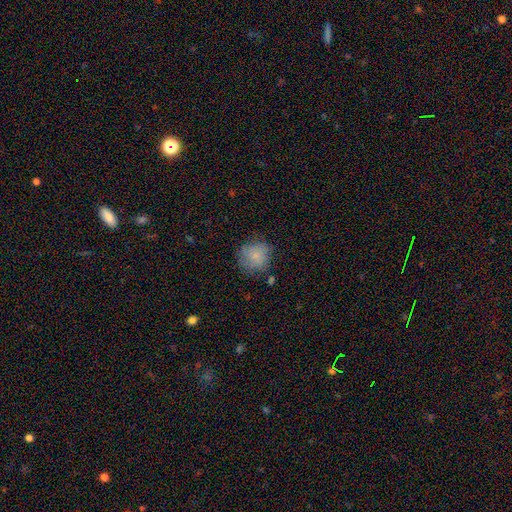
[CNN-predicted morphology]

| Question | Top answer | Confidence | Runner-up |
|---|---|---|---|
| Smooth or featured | smooth | 79% | featured or disk (12%) |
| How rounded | round | 86% | in between (13%) |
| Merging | none | 69% | minor disturbance (22%) |